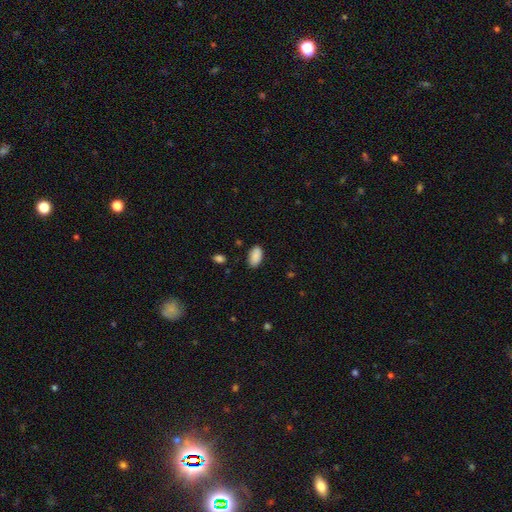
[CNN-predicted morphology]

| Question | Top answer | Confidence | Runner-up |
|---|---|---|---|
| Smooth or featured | smooth | 90% | star or artifact (7%) |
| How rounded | in between | 95% | round (3%) |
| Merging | none | 84% | minor disturbance (12%) |